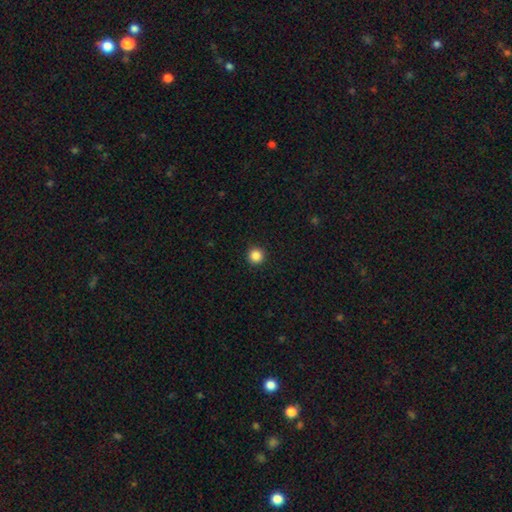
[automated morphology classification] Overall: smooth (87%). How rounded: round (96%). Merging: none (93%).